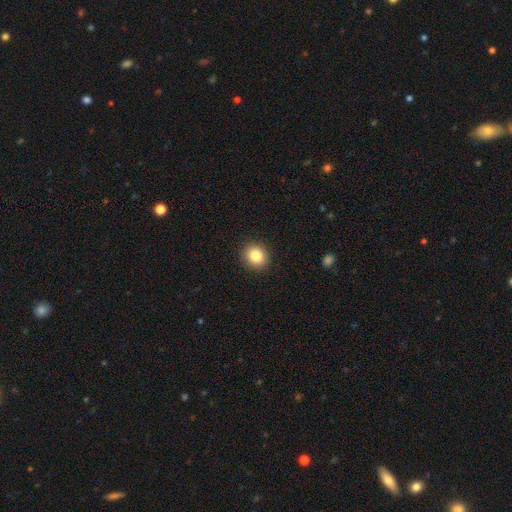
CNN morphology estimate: This is clearly a smooth galaxy (84%). How rounded: likely round (79%). Merging: clearly none (91%).